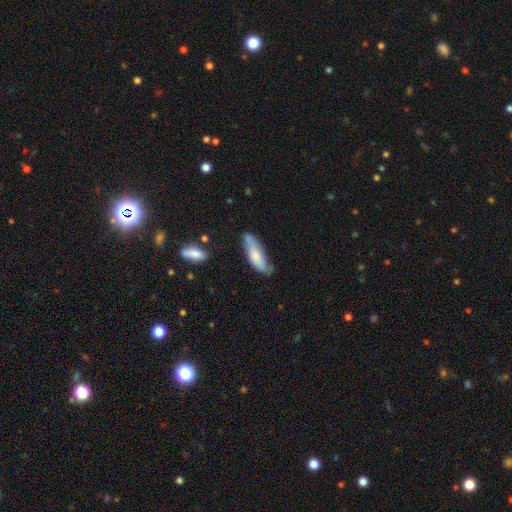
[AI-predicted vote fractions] Morphology: type=smooth (68%); roundness=cigar-shaped (53%); merging=none (58%).